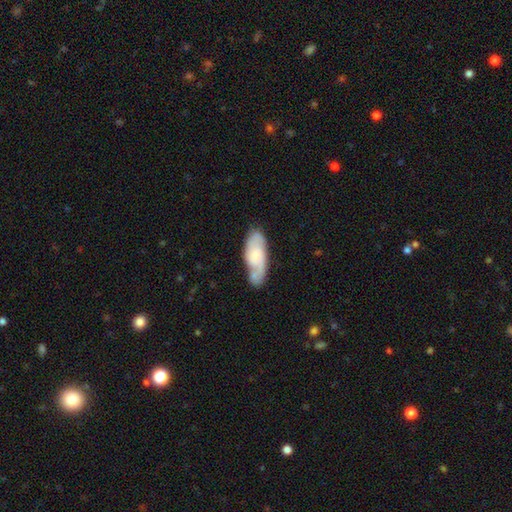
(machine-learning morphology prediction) smooth_or_featured: smooth (p=0.50) [alt: featured or disk p=0.44]
merging: none (p=0.51) [alt: minor disturbance p=0.26]